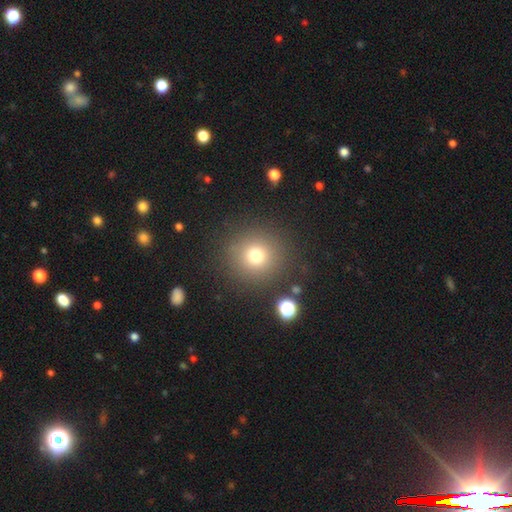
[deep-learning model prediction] Smooth or featured: smooth — 74% (star or artifact — 17%)
How rounded: round — 94% (in between — 5%)
Merging: none — 87% (minor disturbance — 7%)